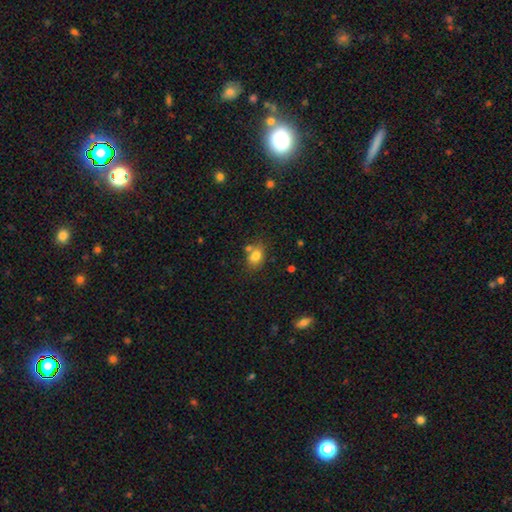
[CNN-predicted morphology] The model was most divided on "how rounded": in between: 65%, round: 33%, cigar-shaped: 1%. More confident: smooth or featured — smooth (78%); merging — none (60%).